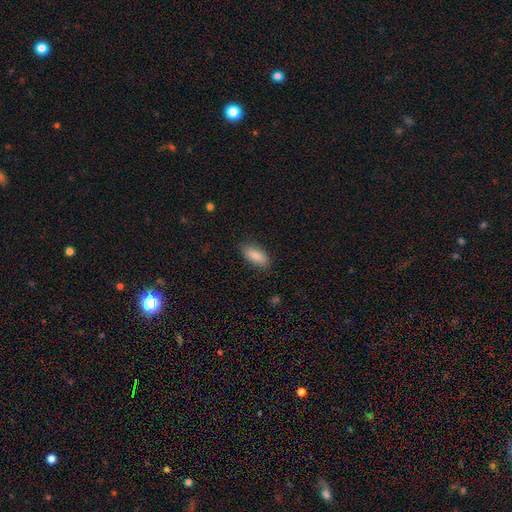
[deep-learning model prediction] Smooth or featured? Predicted: smooth (p=0.87). How rounded? Predicted: in between (p=0.85). Merging? Predicted: none (p=0.84).